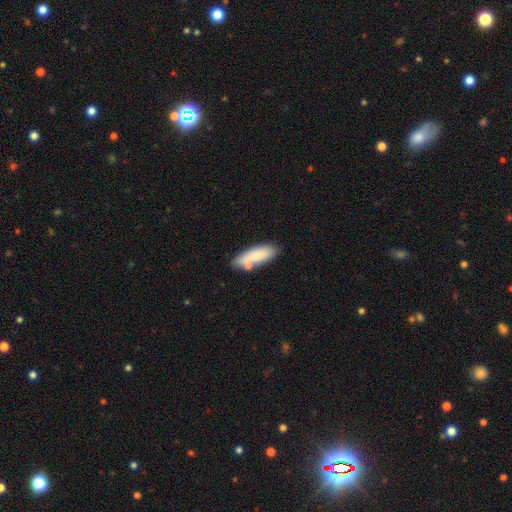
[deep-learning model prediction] Smooth or featured? Predicted: smooth (p=0.72). How rounded? Predicted: in between (p=0.61). Merging? Predicted: none (p=0.64).